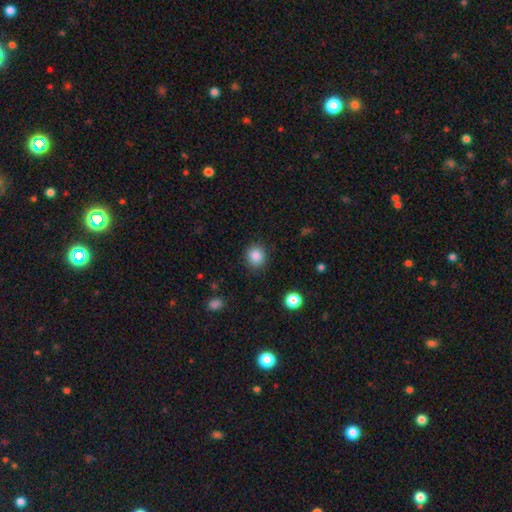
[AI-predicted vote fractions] Morphology: type=smooth (86%); roundness=round (83%); merging=none (88%).